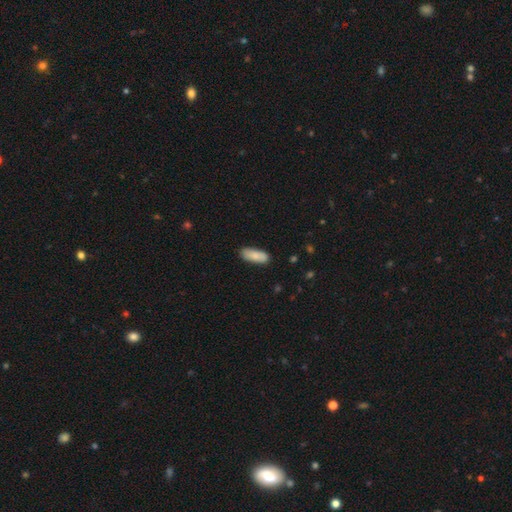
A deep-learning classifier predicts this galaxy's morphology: Smooth or featured? Predicted: smooth (p=0.85). How rounded? Predicted: in between (p=0.74). Merging? Predicted: none (p=0.83).